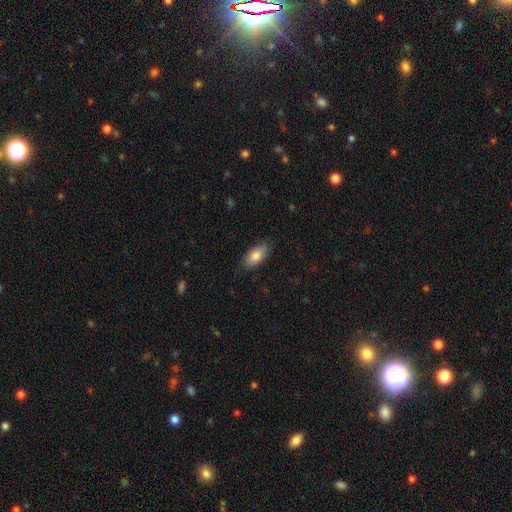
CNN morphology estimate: A smooth galaxy with no disk features (83%) that is in between round and cigar-shaped (88%).

Vote fractions:
- Smooth or featured? smooth: 83% / featured or disk: 11% / star or artifact: 6%
- How rounded? in between: 88% / cigar-shaped: 9% / round: 3%
- Merging? none: 83% / minor disturbance: 13% / major disturbance: 3% / merger: 1%